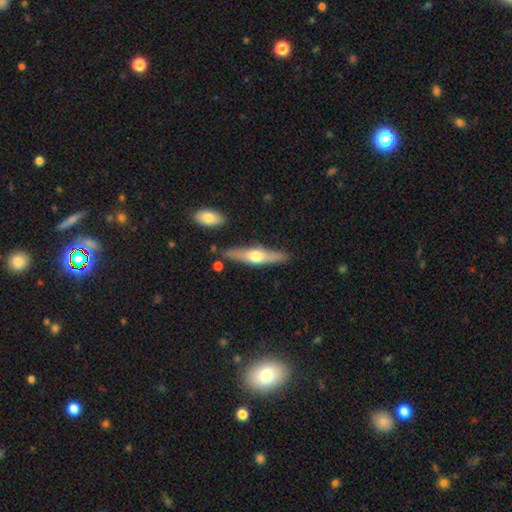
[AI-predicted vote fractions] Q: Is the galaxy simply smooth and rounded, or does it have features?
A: featured or disk — 56%.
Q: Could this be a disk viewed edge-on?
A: yes — 92%.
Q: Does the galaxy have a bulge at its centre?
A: rounded — 93%.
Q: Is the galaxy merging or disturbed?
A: none — 83%.